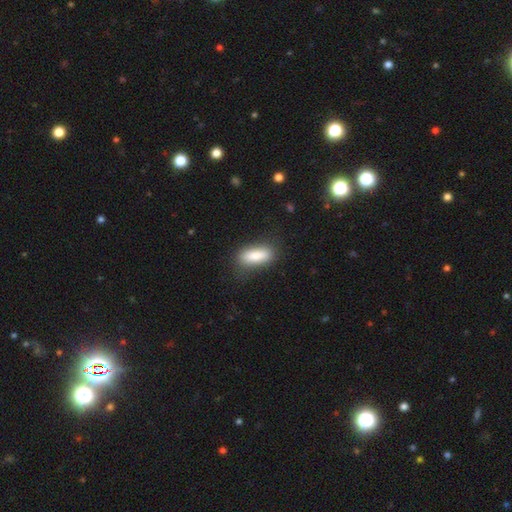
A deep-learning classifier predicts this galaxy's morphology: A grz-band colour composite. It shows a smooth galaxy with no disk features (84%) that is in between round and cigar-shaped (71%). Merging: none (80%).